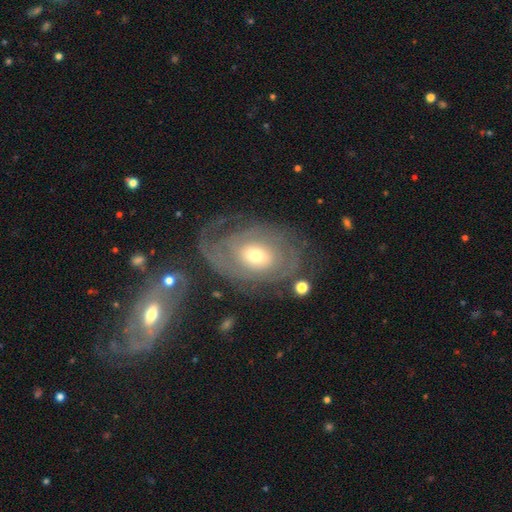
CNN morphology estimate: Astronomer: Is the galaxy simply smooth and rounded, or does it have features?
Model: featured or disk — 79%.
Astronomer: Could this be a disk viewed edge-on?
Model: no — 96%.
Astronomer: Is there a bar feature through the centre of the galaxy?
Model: no — 74%.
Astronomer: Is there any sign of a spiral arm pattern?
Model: yes — 85%.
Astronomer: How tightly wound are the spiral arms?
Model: tight — 68%.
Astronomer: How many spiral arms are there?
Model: can't tell — 42% (runner-up: 2, 28%).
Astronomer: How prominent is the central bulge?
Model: moderate — 60%.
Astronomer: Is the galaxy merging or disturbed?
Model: none — 64%.